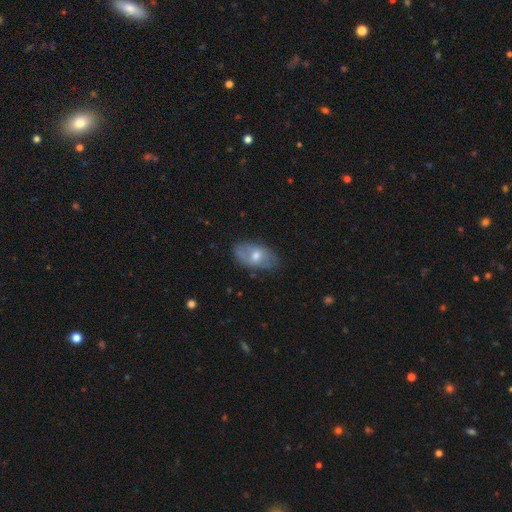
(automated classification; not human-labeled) Morphology: type=smooth (51%); roundness=in between (91%); merging=none (73%).